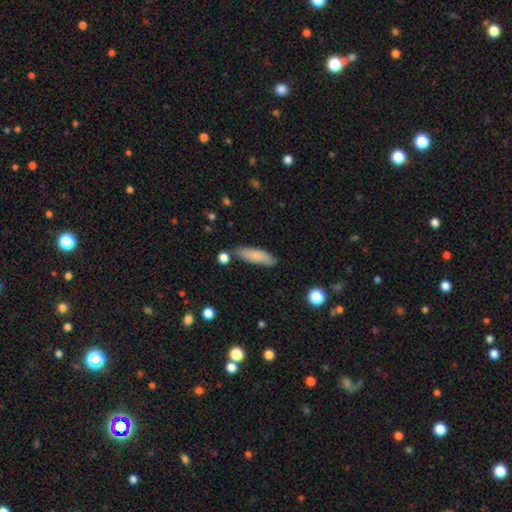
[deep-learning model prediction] This is clearly a smooth galaxy (82%). How rounded: possibly cigar-shaped (50%). Merging: likely none (79%).